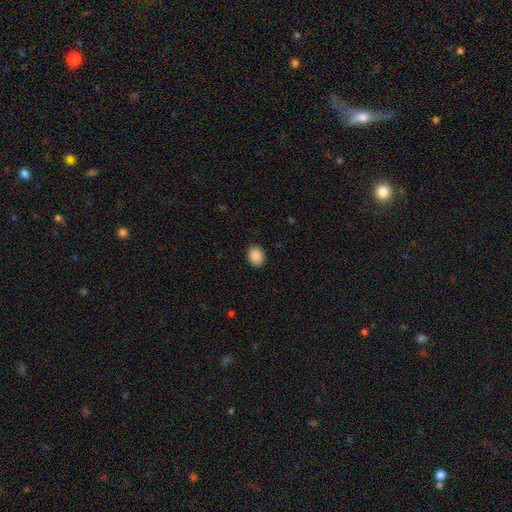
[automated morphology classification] Smooth or featured?
  - smooth: 89% *
  - star or artifact: 8%
  - featured or disk: 3%
How rounded?
  - in between: 51% *
  - round: 49%
  - cigar-shaped: 1%
Merging?
  - none: 89% *
  - minor disturbance: 8%
  - major disturbance: 2%
  - merger: 1%